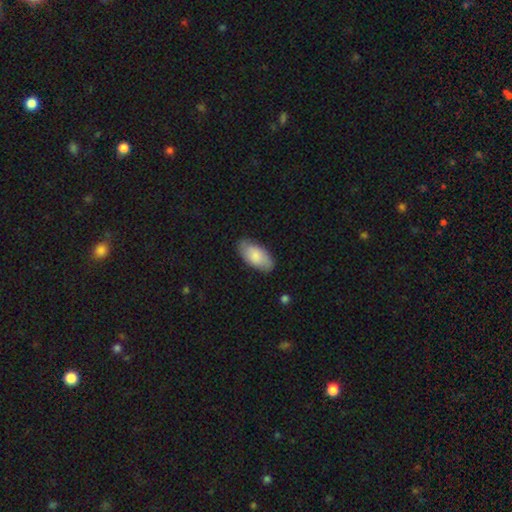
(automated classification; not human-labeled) smooth_or_featured: smooth (p=0.80) [alt: featured or disk p=0.15]
how_rounded: in between (p=0.94) [alt: cigar-shaped p=0.04]
merging: none (p=0.83) [alt: minor disturbance p=0.14]